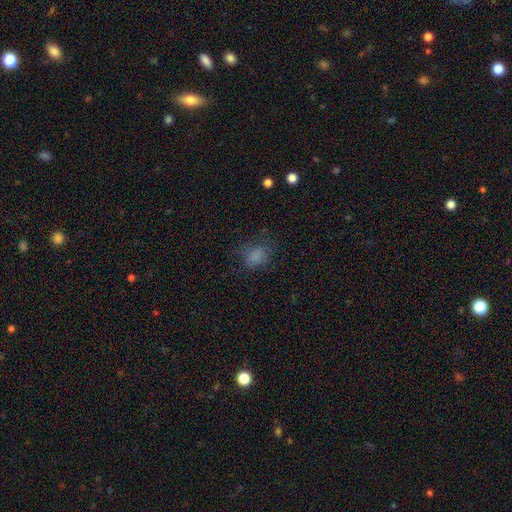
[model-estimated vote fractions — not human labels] Q: Smooth or featured?
A: smooth (75%); runner-up: star or artifact (15%)
Q: How rounded?
A: in between (53%); runner-up: round (46%)
Q: Merging?
A: none (63%); runner-up: minor disturbance (21%)